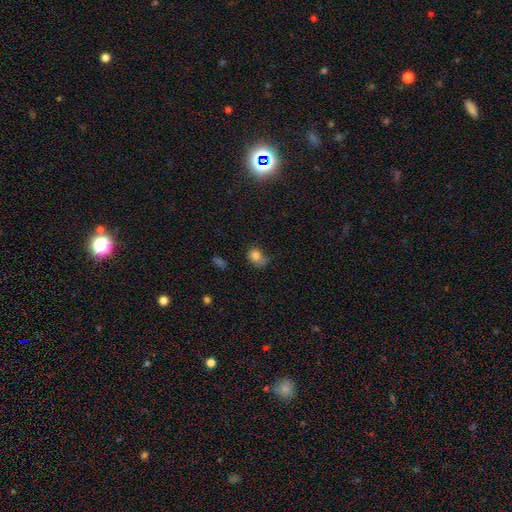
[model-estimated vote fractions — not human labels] Smooth or featured? Predicted: smooth (p=0.77). How rounded? Predicted: round (p=0.55). Merging? Predicted: none (p=0.42).